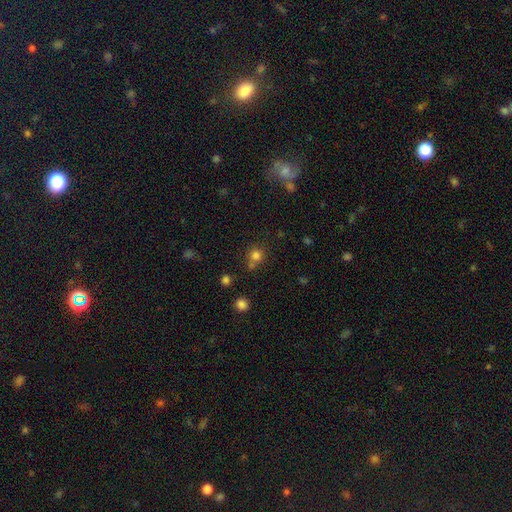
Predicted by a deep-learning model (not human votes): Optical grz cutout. It shows a smooth galaxy with no disk features (78%) that is round (89%). Merging: none (64%).